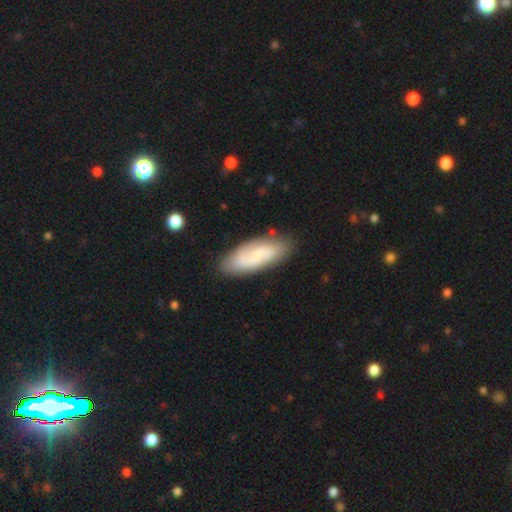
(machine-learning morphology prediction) Smooth or featured?
  - featured or disk: 49% *
  - smooth: 45%
  - star or artifact: 7%
Merging?
  - none: 80% *
  - minor disturbance: 15%
  - major disturbance: 4%
  - merger: 2%